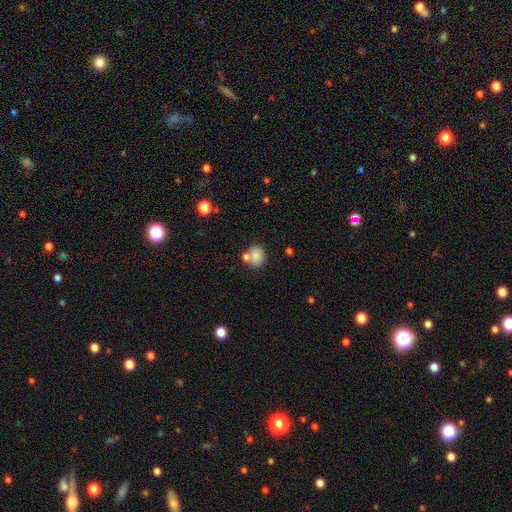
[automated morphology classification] smooth_or_featured: smooth (p=0.78) [alt: featured or disk p=0.12]
how_rounded: round (p=0.68) [alt: in between p=0.31]
merging: none (p=0.57) [alt: merger p=0.25]